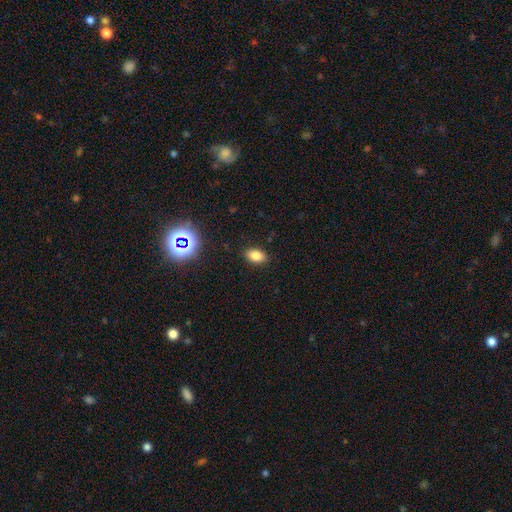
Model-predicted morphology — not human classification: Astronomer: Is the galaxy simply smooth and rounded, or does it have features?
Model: smooth — 81%.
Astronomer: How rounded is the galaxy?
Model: in between — 87%.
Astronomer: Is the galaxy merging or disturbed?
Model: none — 88%.